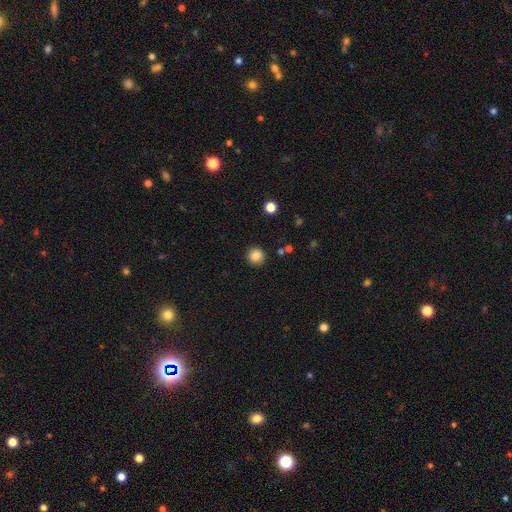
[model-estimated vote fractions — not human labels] This appears to be a smooth galaxy with no disk features (85%) that is round (95%). Merging: none (91%).